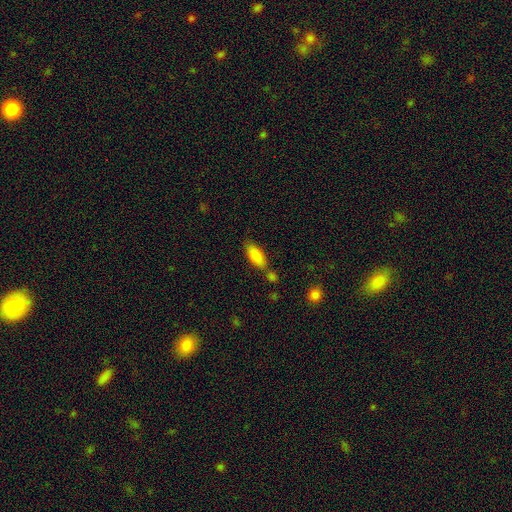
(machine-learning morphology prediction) Overall: smooth (83%). How rounded: in between (80%). Merging: none (66%).